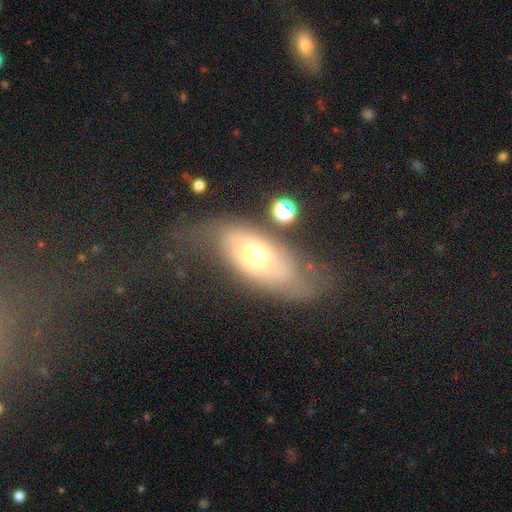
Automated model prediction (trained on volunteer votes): Q: Smooth or featured?
A: smooth (50%); runner-up: featured or disk (40%)
Q: How rounded?
A: in between (80%); runner-up: cigar-shaped (15%)
Q: Merging?
A: none (47%); runner-up: minor disturbance (26%)